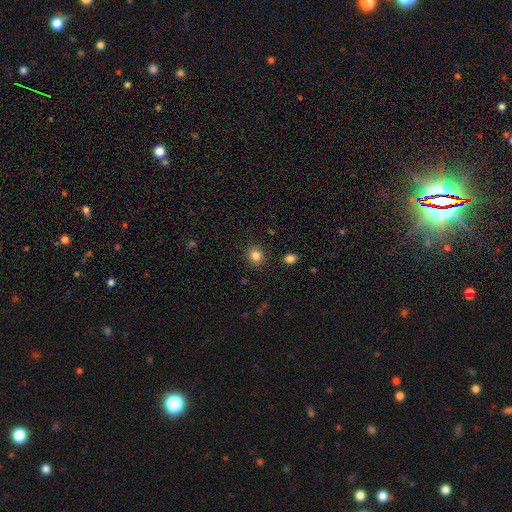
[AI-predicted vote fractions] Smooth or featured?
  - smooth: 84% *
  - star or artifact: 11%
  - featured or disk: 5%
How rounded?
  - round: 83% *
  - in between: 17%
  - cigar-shaped: 1%
Merging?
  - none: 89% *
  - minor disturbance: 7%
  - major disturbance: 2%
  - merger: 2%